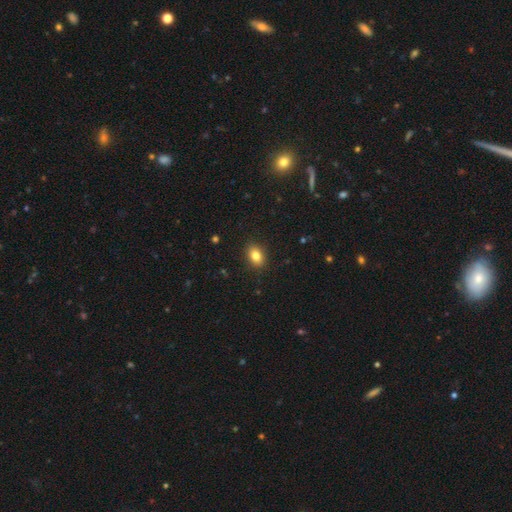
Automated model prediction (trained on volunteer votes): smooth_or_featured: smooth (p=0.83) [alt: star or artifact p=0.09]
how_rounded: in between (p=0.79) [alt: round p=0.19]
merging: none (p=0.89) [alt: minor disturbance p=0.08]